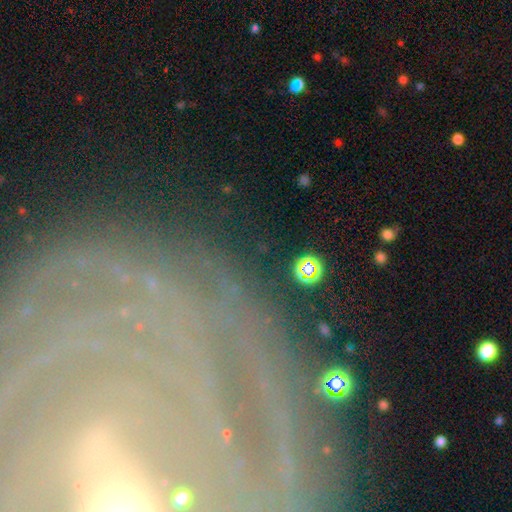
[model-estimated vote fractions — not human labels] A featured or disk galaxy (61%) with no bar (39%), spiral arms (77%) and a moderate central bulge (43%). Merging: none (83%).